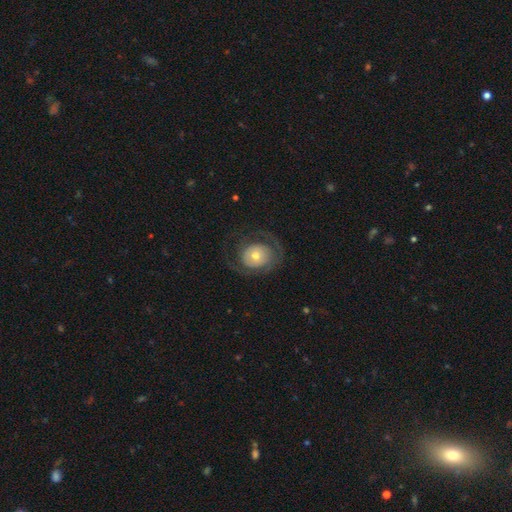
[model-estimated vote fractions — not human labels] This is possibly a featured or disk galaxy (55%). It is clearly not viewed edge-on (96%). Bar: clearly no (82%). Spiral arm pattern: likely yes (65%). Central bulge: possibly moderate (52%). Merging: possibly none (59%).